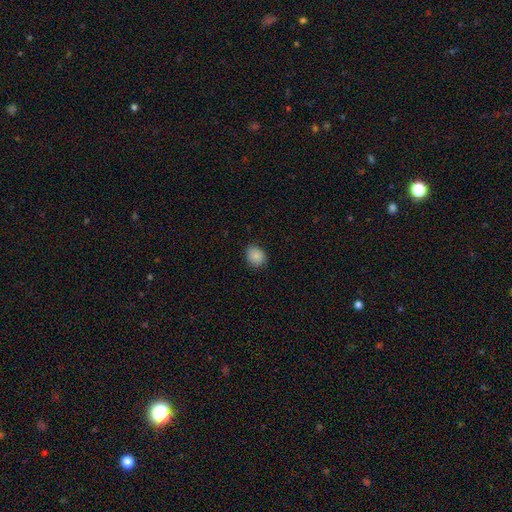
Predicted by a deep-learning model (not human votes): This is clearly a smooth galaxy (87%). How rounded: likely round (63%). Merging: clearly none (85%).